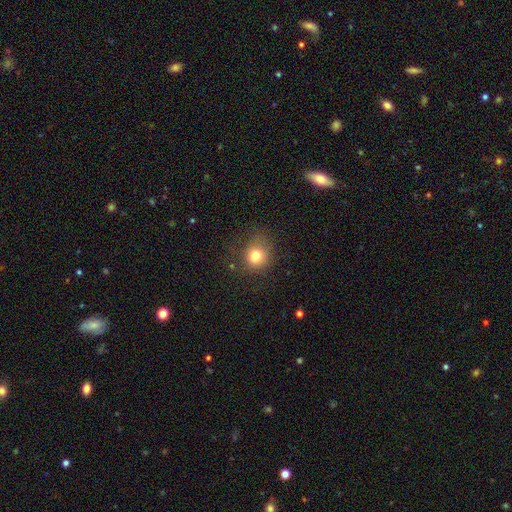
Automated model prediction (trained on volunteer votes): This is likely a smooth galaxy (78%). How rounded: likely round (78%). Merging: likely none (72%).